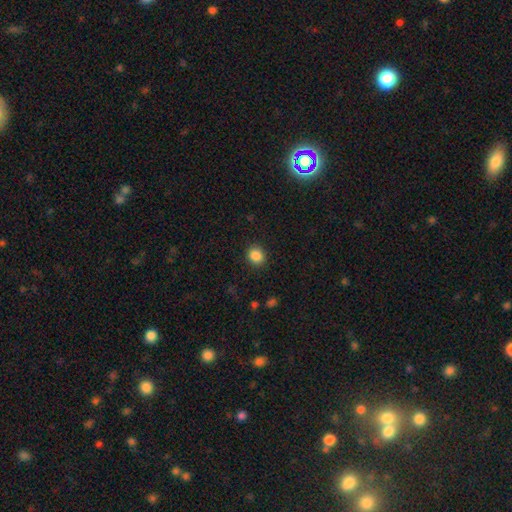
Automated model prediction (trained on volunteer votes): Q: Smooth or featured?
A: smooth (86%); runner-up: star or artifact (10%)
Q: How rounded?
A: round (74%); runner-up: in between (25%)
Q: Merging?
A: none (90%); runner-up: minor disturbance (7%)